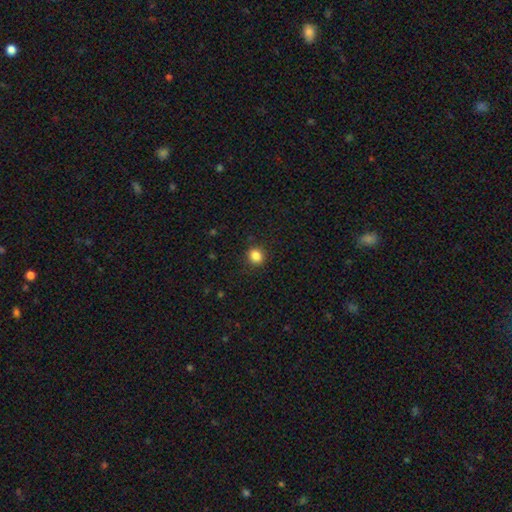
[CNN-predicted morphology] smooth_or_featured: smooth (p=0.85) [alt: star or artifact p=0.11]
how_rounded: round (p=0.77) [alt: in between p=0.22]
merging: none (p=0.89) [alt: minor disturbance p=0.07]